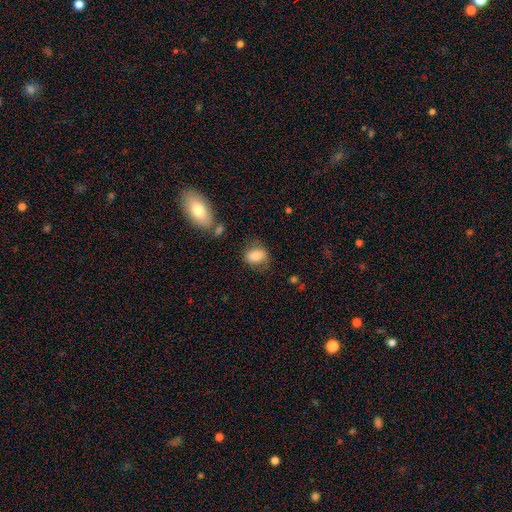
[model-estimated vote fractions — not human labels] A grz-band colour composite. It shows a smooth galaxy with no disk features (77%) that is in between round and cigar-shaped (65%). Merging: none (66%).